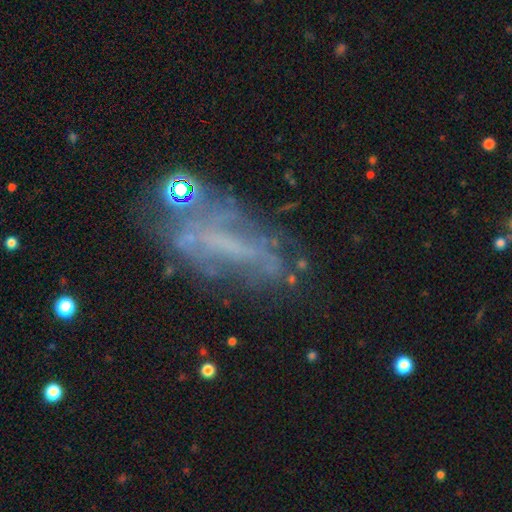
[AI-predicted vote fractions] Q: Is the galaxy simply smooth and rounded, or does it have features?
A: featured or disk — 61%.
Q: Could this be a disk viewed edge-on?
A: no — 85%.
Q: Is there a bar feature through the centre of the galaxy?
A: no — 56%.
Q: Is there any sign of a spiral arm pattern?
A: no — 66%.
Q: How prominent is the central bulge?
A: none — 71%.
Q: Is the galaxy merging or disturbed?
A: none — 48%.